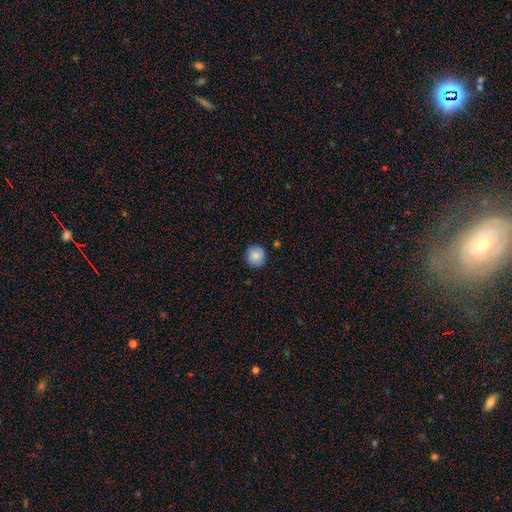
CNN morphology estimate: type=smooth (84%); roundness=round (93%); merging=none (88%).